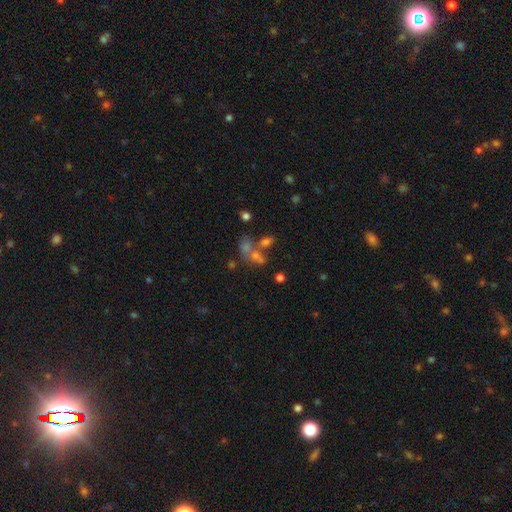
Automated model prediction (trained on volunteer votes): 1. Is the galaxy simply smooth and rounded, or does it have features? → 47% smooth, 28% star or artifact, 24% featured or disk.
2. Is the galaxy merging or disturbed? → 44% merger, 35% none, 10% minor disturbance, 10% major disturbance.